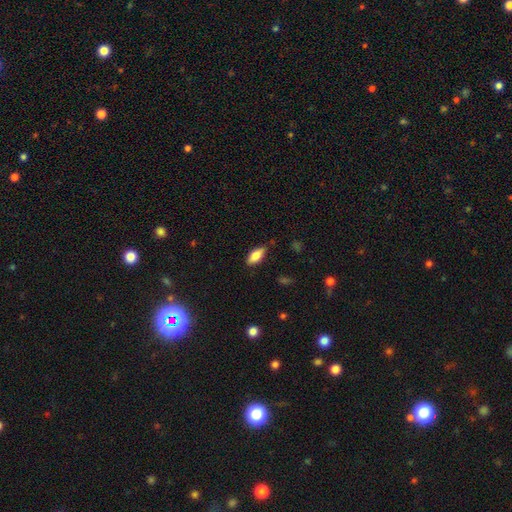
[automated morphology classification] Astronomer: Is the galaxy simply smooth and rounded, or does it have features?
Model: smooth — 77%.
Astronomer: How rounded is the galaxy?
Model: in between — 82%.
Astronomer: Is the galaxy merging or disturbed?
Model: none — 78%.